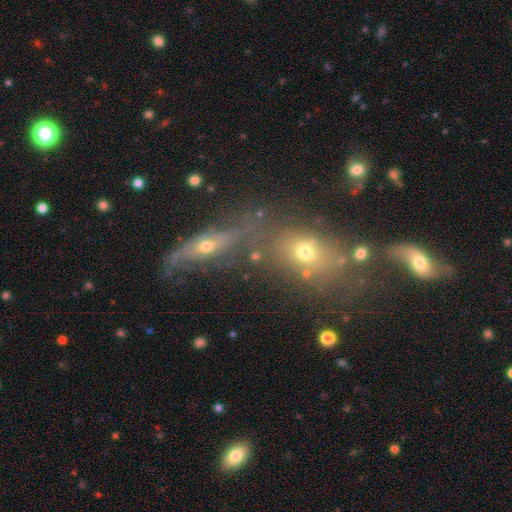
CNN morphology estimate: Smooth or featured?
  - smooth: 49% *
  - featured or disk: 29%
  - star or artifact: 22%
Merging?
  - none: 52% *
  - merger: 25%
  - minor disturbance: 14%
  - major disturbance: 9%